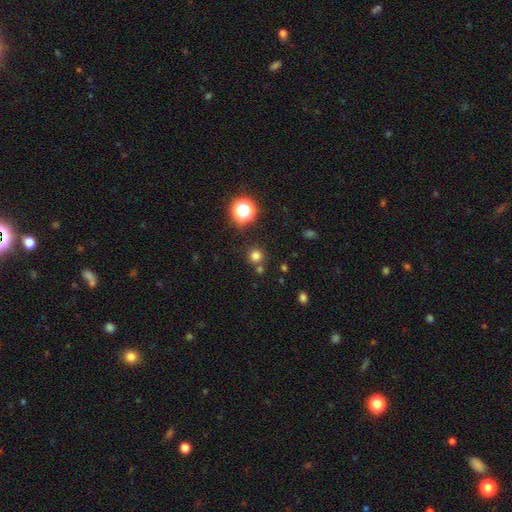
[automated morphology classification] This appears to be a smooth galaxy with no disk features (75%) that is round (93%). Merging: none (77%).